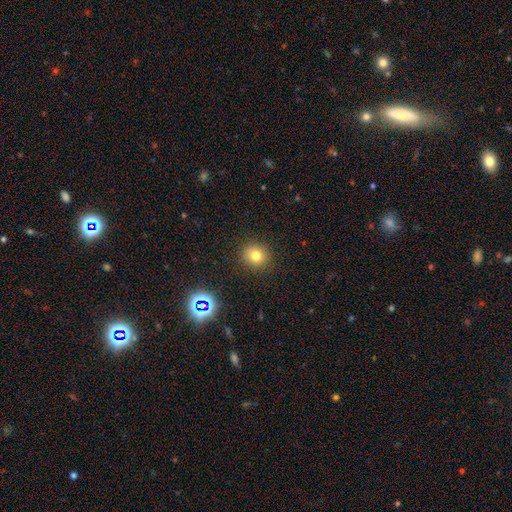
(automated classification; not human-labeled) Q: Smooth or featured?
A: smooth (76%); runner-up: star or artifact (16%)
Q: How rounded?
A: round (87%); runner-up: in between (12%)
Q: Merging?
A: none (90%); runner-up: minor disturbance (7%)